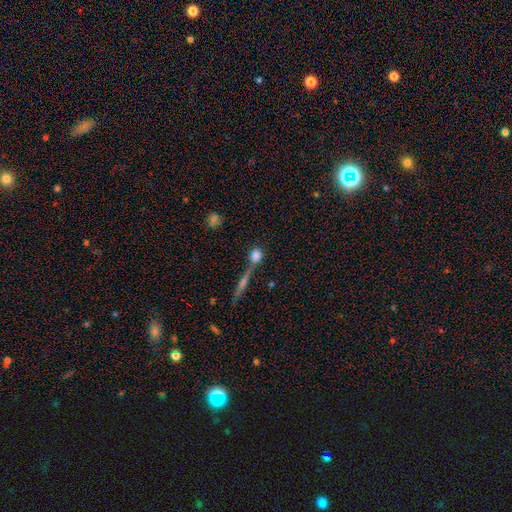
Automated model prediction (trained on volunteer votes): Overall: smooth (74%). How rounded: round (79%). Merging: none (58%; merger 25%).